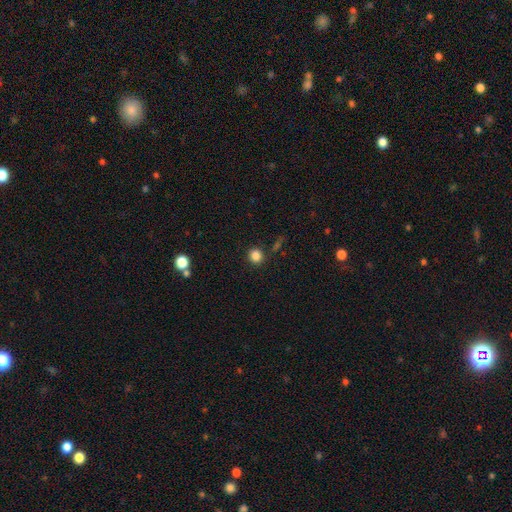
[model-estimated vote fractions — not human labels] A smooth galaxy with no disk features (85%) that is round (87%).

Vote fractions:
- Smooth or featured? smooth: 85% / star or artifact: 12% / featured or disk: 4%
- How rounded? round: 87% / in between: 12% / cigar-shaped: 1%
- Merging? none: 86% / minor disturbance: 7% / merger: 3% / major disturbance: 3%